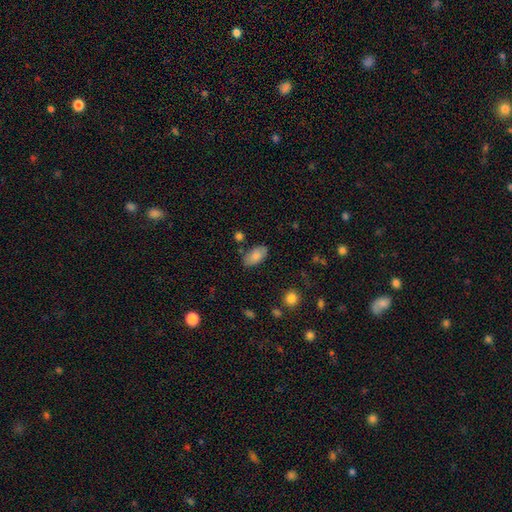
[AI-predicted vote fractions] smooth-or-featured: smooth: 81% | featured or disk: 12% | star or artifact: 7%
  how-rounded: in between: 94% | round: 4% | cigar-shaped: 3%
  merging: none: 79% | minor disturbance: 14% | merger: 4% | major disturbance: 3%